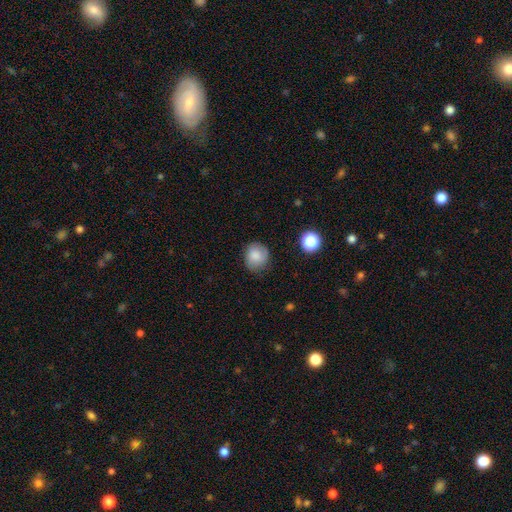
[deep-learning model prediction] smooth-or-featured: smooth: 79% | featured or disk: 12% | star or artifact: 9%
  how-rounded: round: 80% | in between: 19% | cigar-shaped: 1%
  merging: none: 75% | minor disturbance: 19% | major disturbance: 5% | merger: 1%